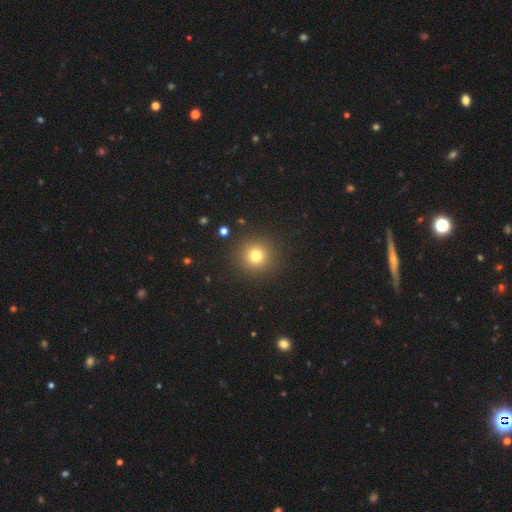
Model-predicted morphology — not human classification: type=smooth (77%); roundness=round (95%); merging=none (92%).